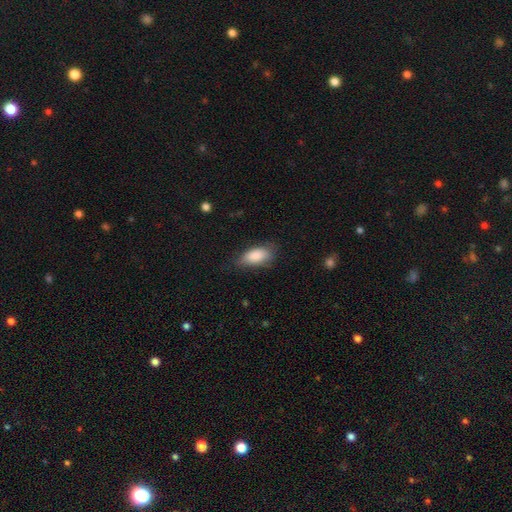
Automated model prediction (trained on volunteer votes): This appears to be a smooth galaxy with no disk features (86%) that is in between round and cigar-shaped (90%). Merging: none (66%).